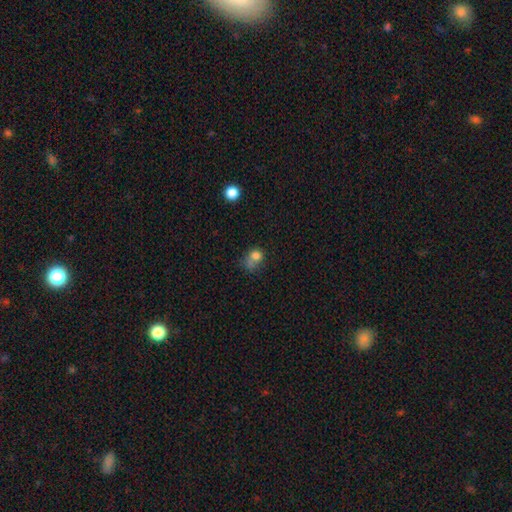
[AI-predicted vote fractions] A smooth galaxy with no disk features (74%) that is round (63%). Merging: none (32%).